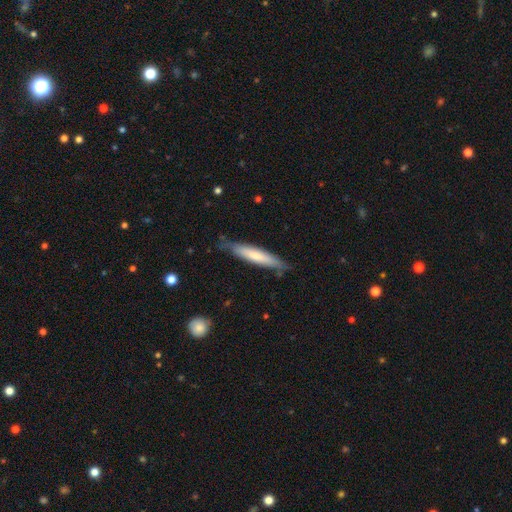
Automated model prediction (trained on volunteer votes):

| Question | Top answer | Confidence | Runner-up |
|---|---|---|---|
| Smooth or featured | smooth | 66% | featured or disk (28%) |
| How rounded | cigar-shaped | 87% | in between (12%) |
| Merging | none | 77% | minor disturbance (18%) |